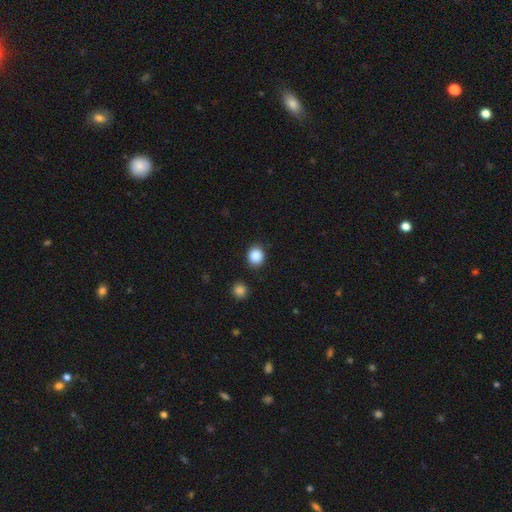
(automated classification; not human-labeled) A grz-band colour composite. It shows a smooth galaxy with no disk features (87%) that is round (77%). Merging: none (87%).